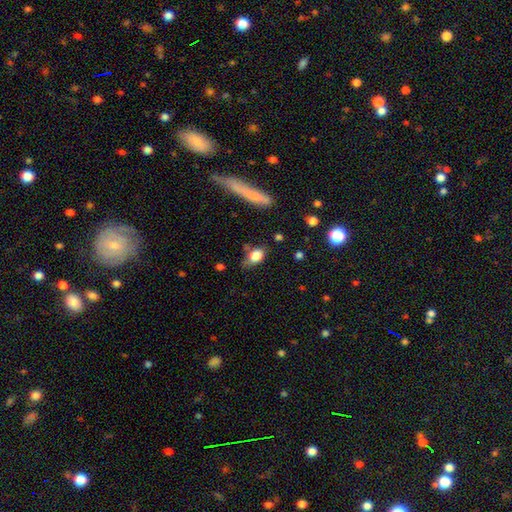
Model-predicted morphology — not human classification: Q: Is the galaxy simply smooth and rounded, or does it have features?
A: smooth — 82%.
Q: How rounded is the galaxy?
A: in between — 79%.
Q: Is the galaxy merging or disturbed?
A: none — 57%.